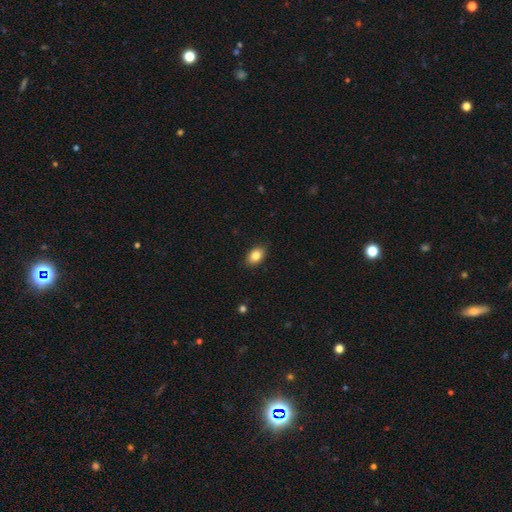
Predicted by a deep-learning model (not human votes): smooth-or-featured: smooth: 85% | star or artifact: 8% | featured or disk: 7%
  how-rounded: in between: 85% | round: 13% | cigar-shaped: 1%
  merging: none: 88% | minor disturbance: 9% | major disturbance: 2% | merger: 1%